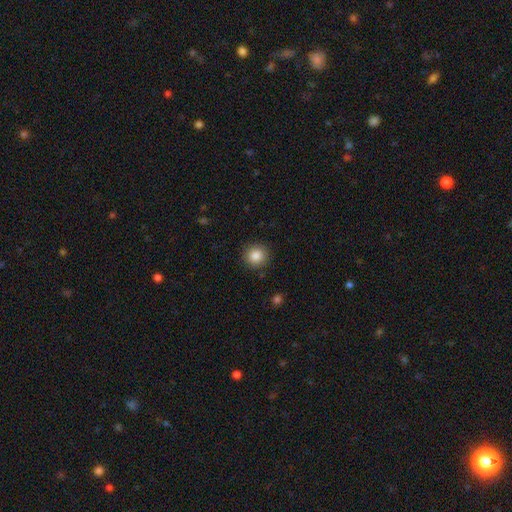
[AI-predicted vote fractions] Smooth or featured? Predicted: smooth (p=0.86). How rounded? Predicted: round (p=0.93). Merging? Predicted: none (p=0.91).